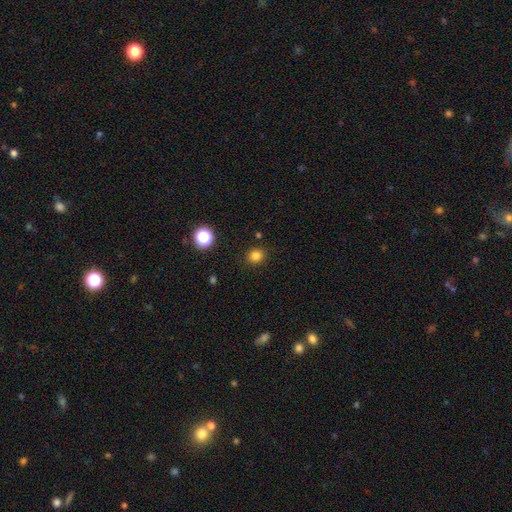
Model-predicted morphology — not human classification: A smooth galaxy with no disk features (81%) that is round (83%).

Vote fractions:
- Smooth or featured? smooth: 81% / star or artifact: 14% / featured or disk: 4%
- How rounded? round: 83% / in between: 17% / cigar-shaped: 1%
- Merging? none: 89% / minor disturbance: 7% / major disturbance: 2% / merger: 1%